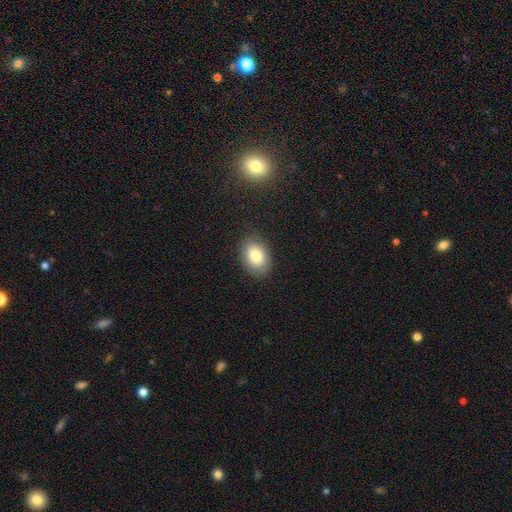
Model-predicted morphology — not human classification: A smooth galaxy with no disk features (83%) that is in between round and cigar-shaped (79%). Merging: none (85%).